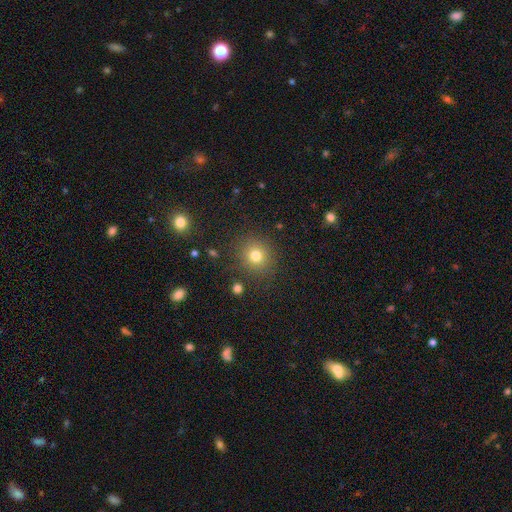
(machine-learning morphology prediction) smooth_or_featured: smooth (p=0.77) [alt: star or artifact p=0.15]
how_rounded: round (p=0.89) [alt: in between p=0.10]
merging: none (p=0.87) [alt: minor disturbance p=0.08]